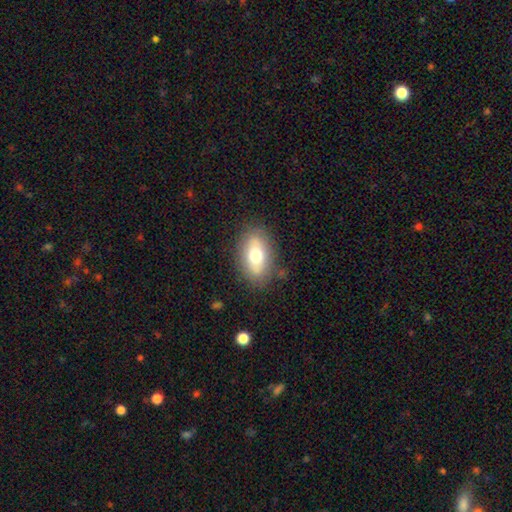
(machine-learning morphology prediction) The model was most divided on "smooth or featured": smooth: 67%, featured or disk: 26%, star or artifact: 8%. More confident: how rounded — in between (87%); merging — none (81%).